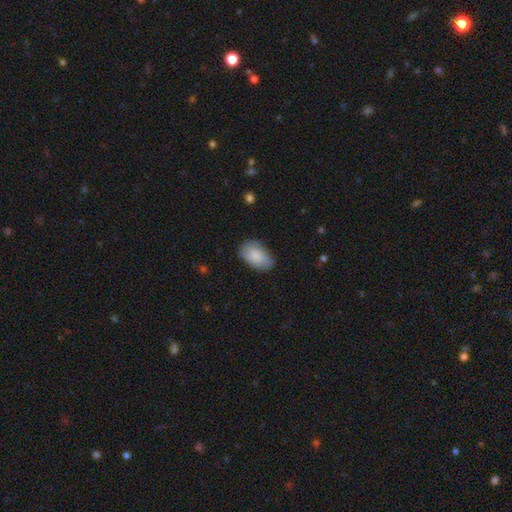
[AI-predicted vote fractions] The model was most divided on "merging": none: 69%, minor disturbance: 24%, major disturbance: 5%, merger: 1%. More confident: how rounded — in between (93%); smooth or featured — smooth (83%).